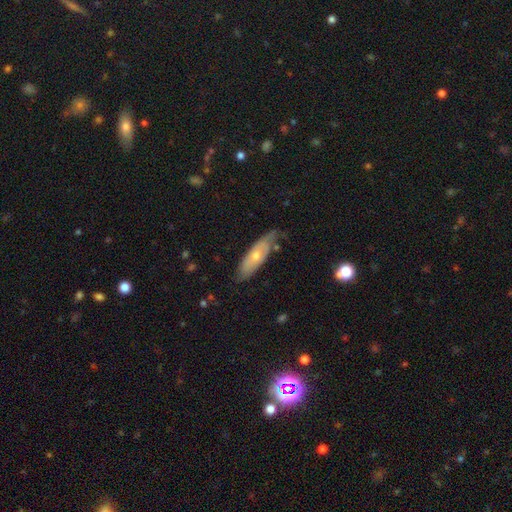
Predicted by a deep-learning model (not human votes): This is possibly a featured or disk galaxy (54%). It is likely not viewed edge-on (65%). Merging: likely none (62%).